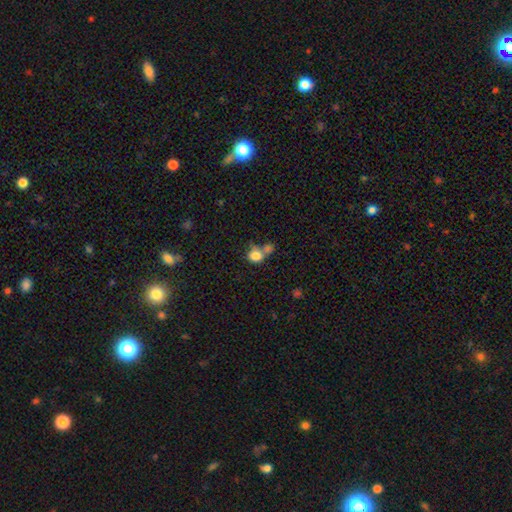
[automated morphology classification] The model was most divided on "merging": merger: 45%, none: 34%, minor disturbance: 12%, major disturbance: 9%. More confident: smooth or featured — smooth (80%); how rounded — round (70%).